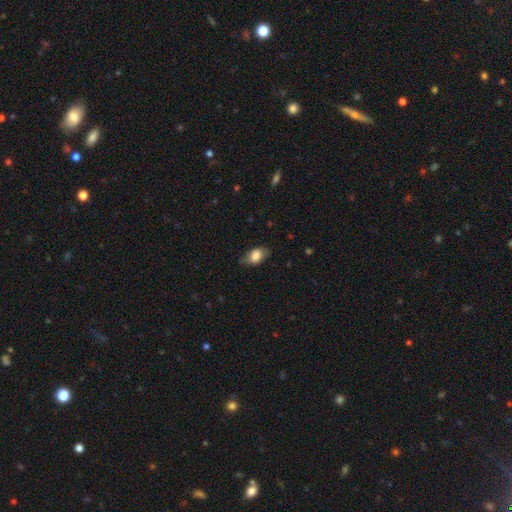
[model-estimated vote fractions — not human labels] Smooth or featured: smooth — 80% (featured or disk — 12%)
How rounded: in between — 87% (round — 10%)
Merging: none — 71% (minor disturbance — 22%)